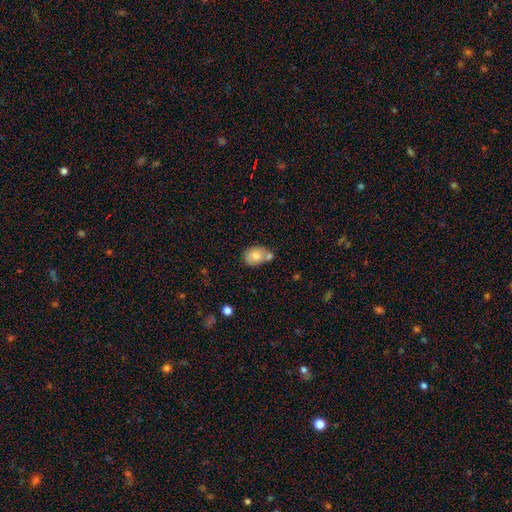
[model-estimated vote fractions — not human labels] smooth_or_featured: smooth (p=0.79) [alt: featured or disk p=0.13]
how_rounded: in between (p=0.66) [alt: round p=0.33]
merging: none (p=0.49) [alt: merger p=0.29]